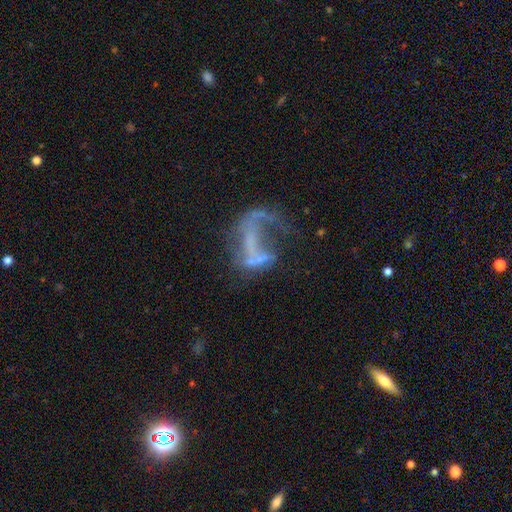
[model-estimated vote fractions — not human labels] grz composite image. It shows a featured or disk galaxy (63%) with no bar (68%), no spiral arms (67%) and no central bulge (71%). Merging: major disturbance (47%).